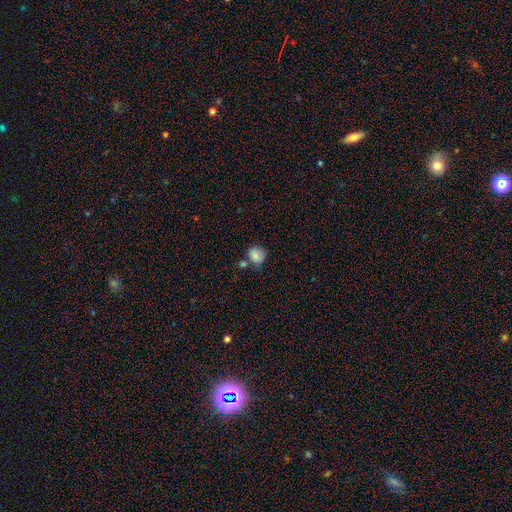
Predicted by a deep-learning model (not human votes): smooth-or-featured: smooth: 82% | star or artifact: 9% | featured or disk: 9%
  how-rounded: round: 79% | in between: 20% | cigar-shaped: 1%
  merging: none: 63% | minor disturbance: 17% | merger: 16% | major disturbance: 4%